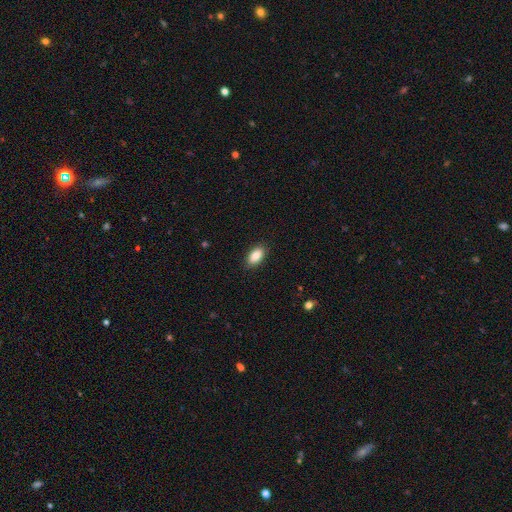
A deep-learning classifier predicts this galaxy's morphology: Smooth or featured: smooth — 89% (star or artifact — 7%)
How rounded: in between — 93% (cigar-shaped — 4%)
Merging: none — 88% (minor disturbance — 9%)